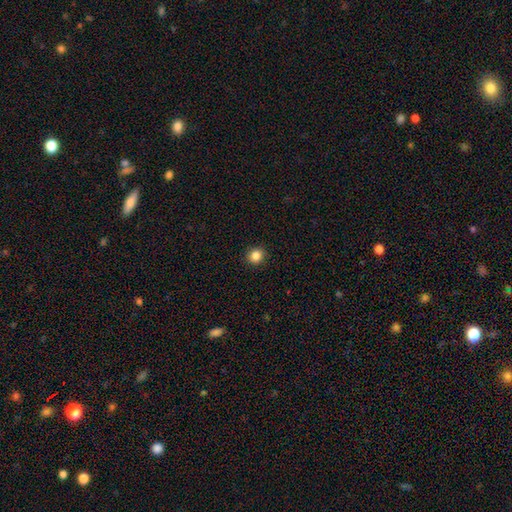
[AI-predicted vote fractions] This appears to be a smooth galaxy with no disk features (86%) that is round (84%). Merging: none (91%).